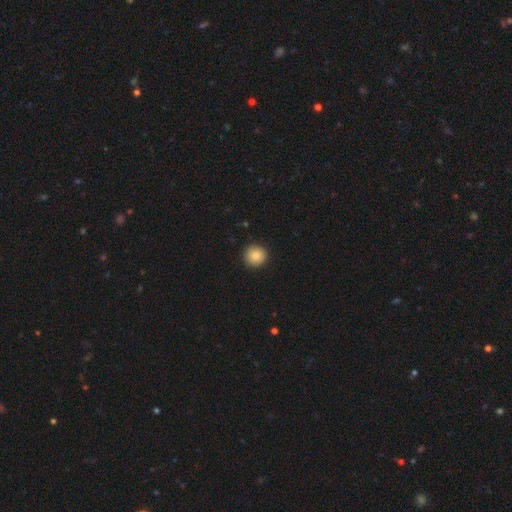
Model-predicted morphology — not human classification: Smooth or featured? Predicted: smooth (p=0.84). How rounded? Predicted: round (p=0.94). Merging? Predicted: none (p=0.91).